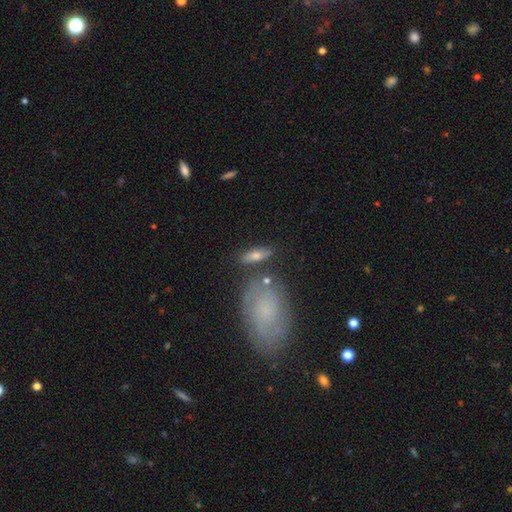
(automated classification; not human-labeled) A smooth galaxy with no disk features (53%) that is in between round and cigar-shaped (61%).

Vote fractions:
- Smooth or featured? smooth: 53% / featured or disk: 38% / star or artifact: 9%
- How rounded? in between: 61% / cigar-shaped: 32% / round: 7%
- Merging? none: 71% / minor disturbance: 15% / merger: 9% / major disturbance: 5%